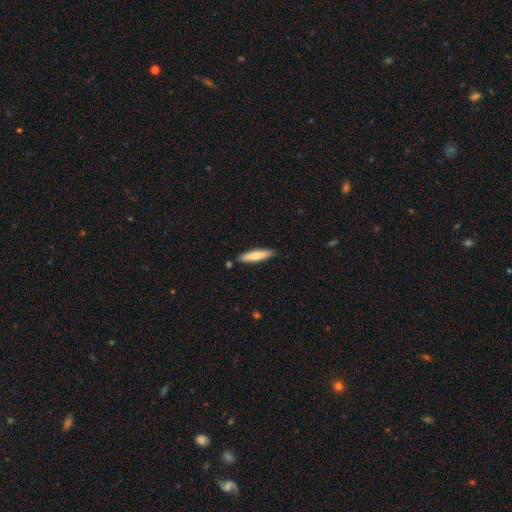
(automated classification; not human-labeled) Q: Smooth or featured?
A: smooth (72%); runner-up: featured or disk (23%)
Q: How rounded?
A: cigar-shaped (84%); runner-up: in between (15%)
Q: Merging?
A: none (87%); runner-up: minor disturbance (9%)